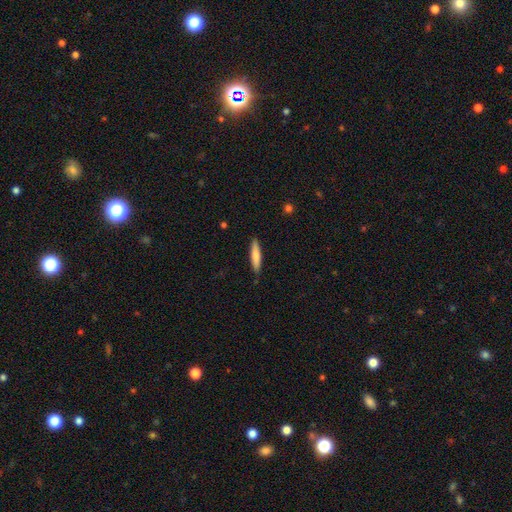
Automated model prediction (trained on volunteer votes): smooth-or-featured: smooth: 77% | featured or disk: 18% | star or artifact: 5%
  how-rounded: cigar-shaped: 87% | in between: 12% | round: 1%
  merging: none: 87% | minor disturbance: 10% | major disturbance: 2% | merger: 1%